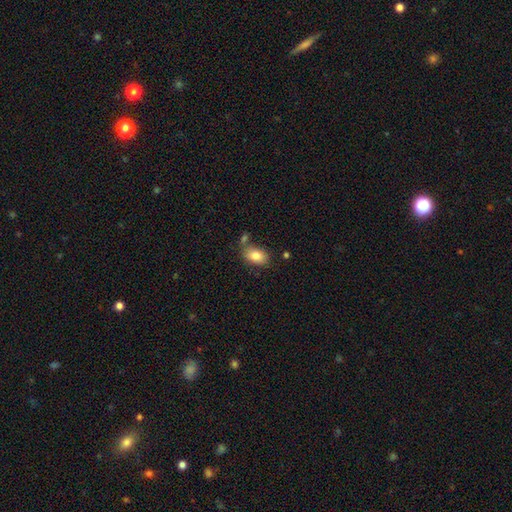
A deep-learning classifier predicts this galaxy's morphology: Smooth or featured: smooth — 84% (featured or disk — 8%)
How rounded: in between — 89% (round — 10%)
Merging: none — 68% (minor disturbance — 15%)